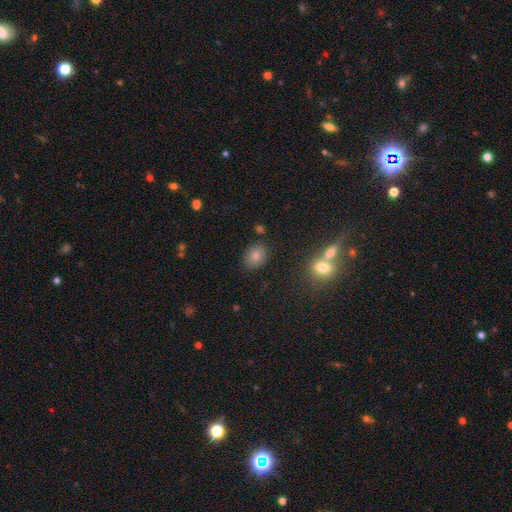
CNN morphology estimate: Q: Smooth or featured?
A: smooth (79%); runner-up: star or artifact (12%)
Q: How rounded?
A: in between (53%); runner-up: round (46%)
Q: Merging?
A: none (84%); runner-up: minor disturbance (9%)